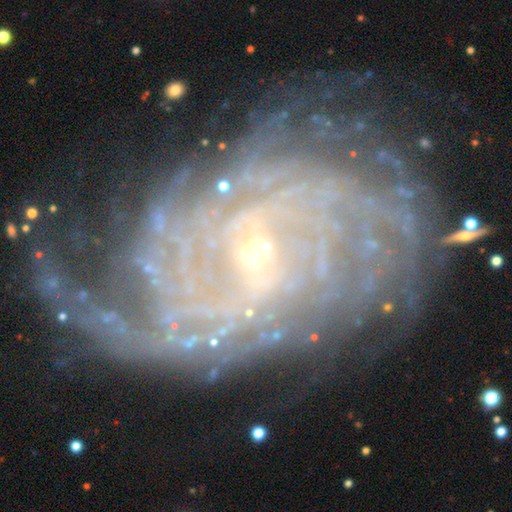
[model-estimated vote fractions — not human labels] This is clearly a featured or disk galaxy (85%). It is clearly not viewed edge-on (96%). Bar: possibly no (50%). Spiral arm pattern: clearly yes (96%). Spiral arm count: marginally can't tell (32%). Spiral winding: likely tight (65%). Central bulge: clearly small (83%). Merging: likely none (63%).